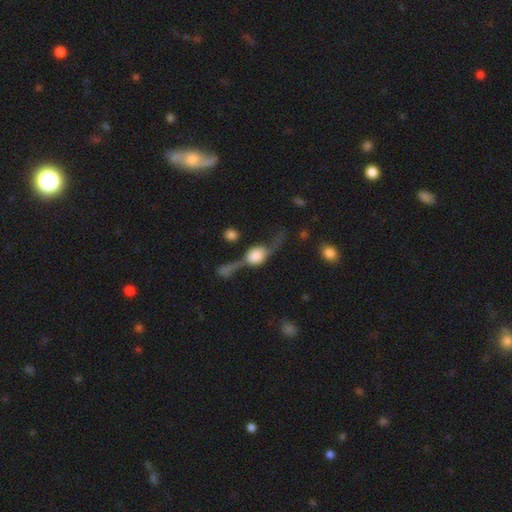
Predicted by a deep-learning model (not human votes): Overall: featured or disk (71%). Edge-on disk: yes (73%). Edge-on bulge: rounded (89%). Merging: none (45%; major disturbance 22%).